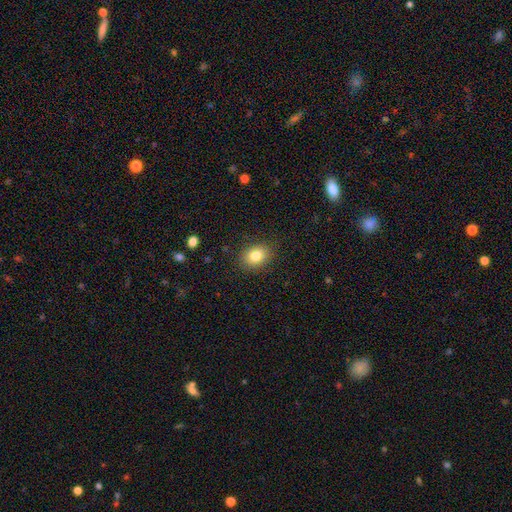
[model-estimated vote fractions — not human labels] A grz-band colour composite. It shows a smooth galaxy with no disk features (83%) that is in between round and cigar-shaped (63%). Merging: none (87%).